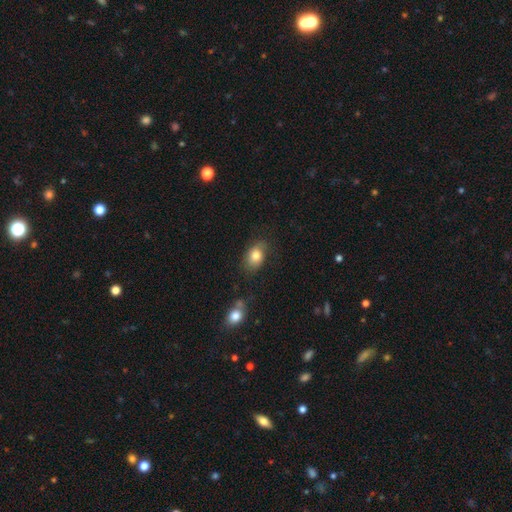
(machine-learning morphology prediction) A smooth galaxy with no disk features (80%) that is in between round and cigar-shaped (77%).

Vote fractions:
- Smooth or featured? smooth: 80% / featured or disk: 11% / star or artifact: 9%
- How rounded? in between: 77% / round: 22% / cigar-shaped: 1%
- Merging? none: 72% / minor disturbance: 20% / major disturbance: 6% / merger: 3%